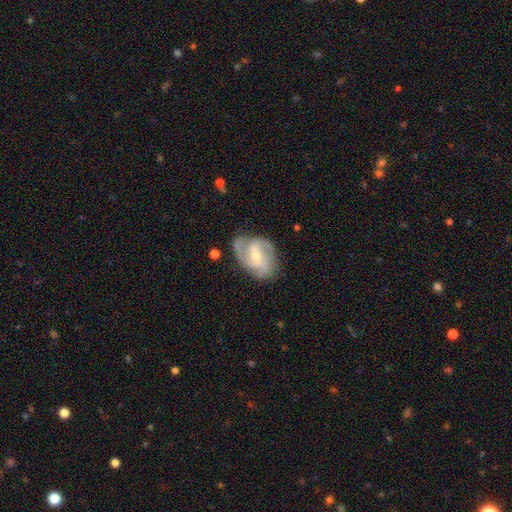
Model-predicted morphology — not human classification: Smooth or featured? featured or disk (85%)
Edge-on disk? no (97%)
Bar? weak (51%)
Spiral arms? yes (95%)
Spiral winding? medium (50%)
Spiral arm count? 3 (42%)
Bulge size? small (55%)
Merging? none (66%)